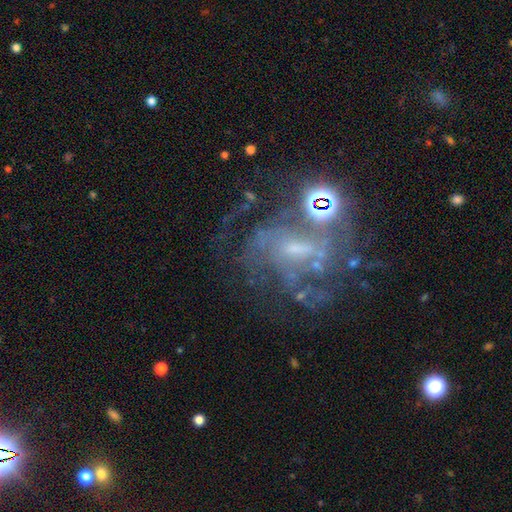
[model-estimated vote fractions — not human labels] Q: Smooth or featured?
A: featured or disk (74%); runner-up: star or artifact (18%)
Q: Edge-on disk?
A: no (97%); runner-up: yes (3%)
Q: Bar?
A: no (45%); runner-up: weak (42%)
Q: Spiral arms?
A: yes (79%); runner-up: no (21%)
Q: Spiral winding?
A: medium (41%); tied with: tight (41%)
Q: Spiral arm count?
A: can't tell (45%); runner-up: 3 (15%)
Q: Bulge size?
A: small (55%); runner-up: moderate (23%)
Q: Merging?
A: none (51%); runner-up: major disturbance (22%)